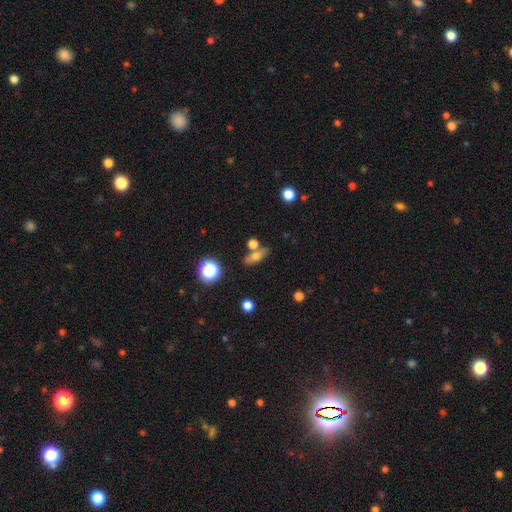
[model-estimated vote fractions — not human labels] Q: Smooth or featured?
A: smooth (65%); runner-up: featured or disk (22%)
Q: How rounded?
A: in between (57%); runner-up: cigar-shaped (27%)
Q: Merging?
A: none (64%); runner-up: merger (19%)